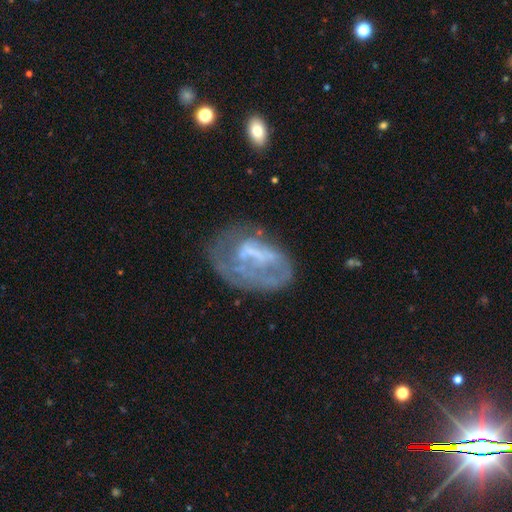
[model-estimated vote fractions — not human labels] A featured or disk galaxy (62%) with no bar (61%), no spiral arms (65%) and no central bulge (57%). Merging: none (38%).